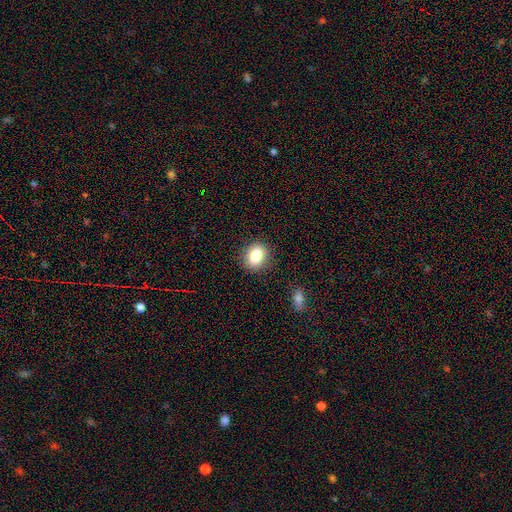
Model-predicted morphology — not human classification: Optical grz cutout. It shows a smooth galaxy with no disk features (82%) that is in between round and cigar-shaped (52%). Merging: none (87%).